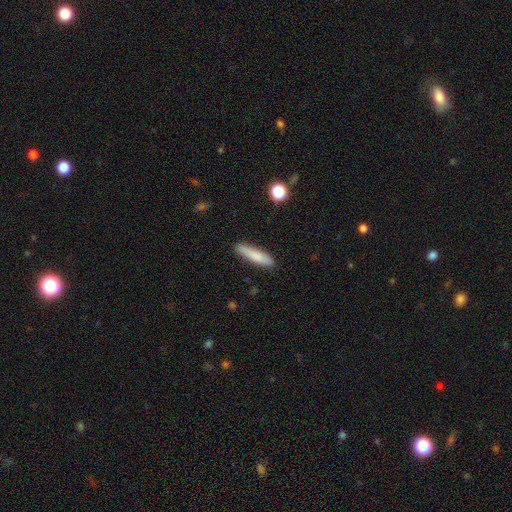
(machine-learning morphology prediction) Smooth or featured? Predicted: smooth (p=0.78). How rounded? Predicted: cigar-shaped (p=0.83). Merging? Predicted: none (p=0.82).